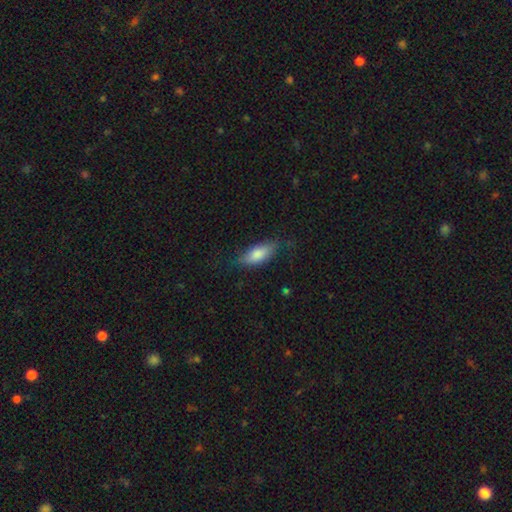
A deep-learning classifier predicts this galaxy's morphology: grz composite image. It shows a smooth galaxy with no disk features (73%) that is in between round and cigar-shaped (70%). Merging: none (71%).